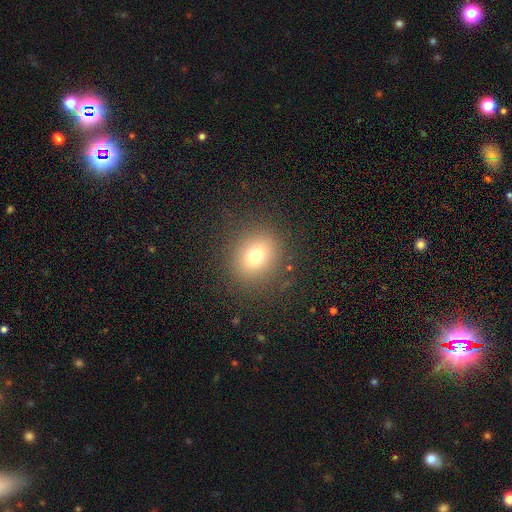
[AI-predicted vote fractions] smooth_or_featured: smooth (p=0.73) [alt: star or artifact p=0.16]
how_rounded: round (p=0.75) [alt: in between p=0.24]
merging: none (p=0.86) [alt: minor disturbance p=0.08]